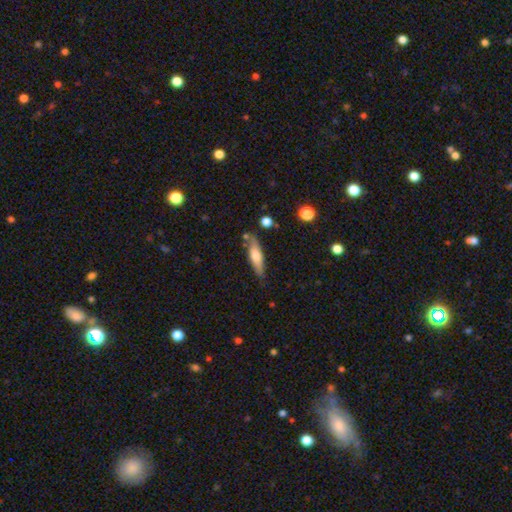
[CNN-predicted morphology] Smooth or featured?
  - smooth: 59% *
  - featured or disk: 34%
  - star or artifact: 6%
How rounded?
  - cigar-shaped: 68% *
  - in between: 30%
  - round: 2%
Merging?
  - none: 77% *
  - minor disturbance: 15%
  - merger: 5%
  - major disturbance: 3%